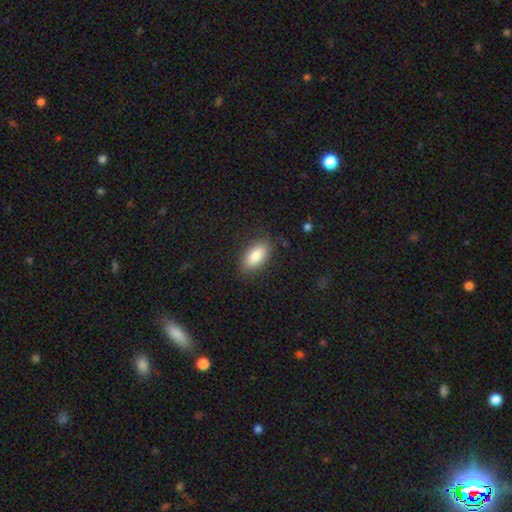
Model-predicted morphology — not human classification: This appears to be a smooth galaxy with no disk features (84%) that is in between round and cigar-shaped (91%). Merging: none (83%).